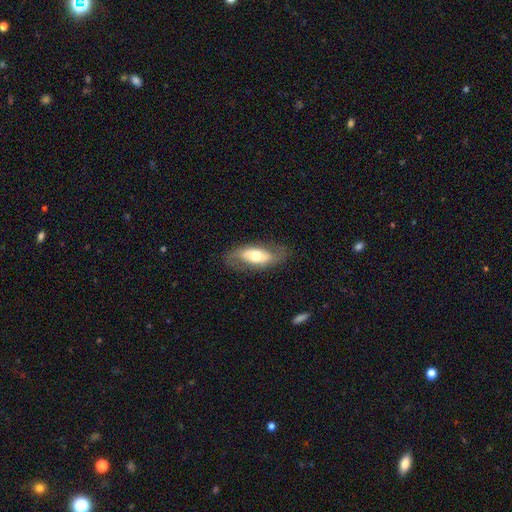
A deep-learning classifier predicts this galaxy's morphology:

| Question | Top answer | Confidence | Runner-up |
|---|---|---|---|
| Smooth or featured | featured or disk | 53% | smooth (41%) |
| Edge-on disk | no | 83% | yes (17%) |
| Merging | none | 73% | minor disturbance (17%) |